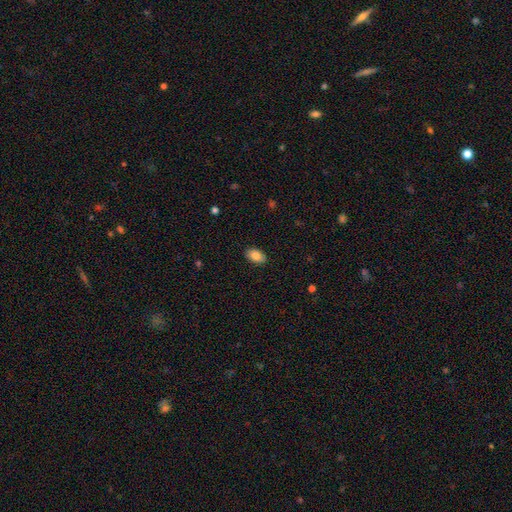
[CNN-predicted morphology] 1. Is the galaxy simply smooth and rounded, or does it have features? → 85% smooth, 8% featured or disk, 7% star or artifact.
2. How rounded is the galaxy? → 91% in between, 7% round, 2% cigar-shaped.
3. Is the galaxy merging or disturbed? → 88% none, 9% minor disturbance, 2% major disturbance, 1% merger.